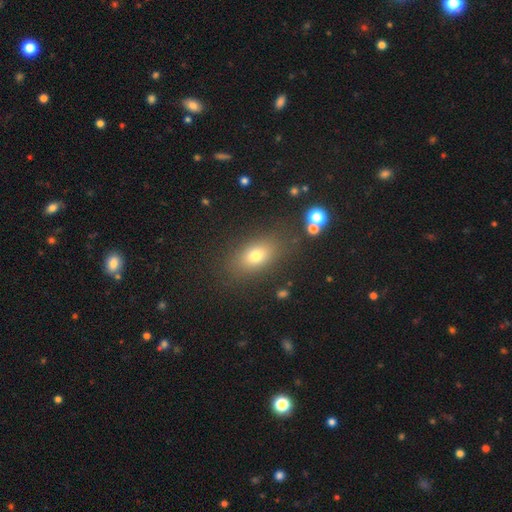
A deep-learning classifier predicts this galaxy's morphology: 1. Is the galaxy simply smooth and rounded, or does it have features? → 73% smooth, 14% star or artifact, 14% featured or disk.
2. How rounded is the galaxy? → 77% in between, 19% round, 4% cigar-shaped.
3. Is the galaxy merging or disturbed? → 80% none, 12% minor disturbance, 5% major disturbance, 3% merger.